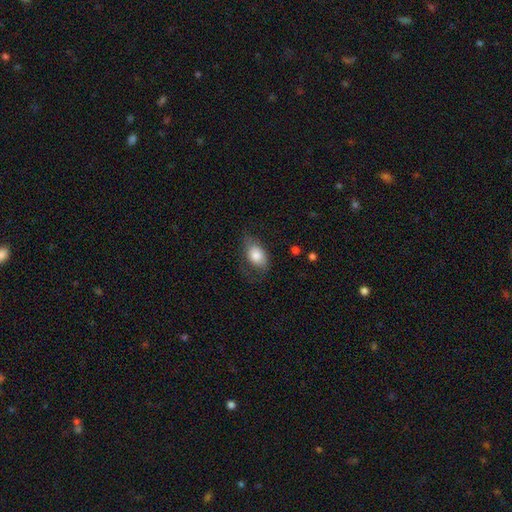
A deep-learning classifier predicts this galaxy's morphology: Smooth or featured: smooth — 77% (featured or disk — 16%)
How rounded: in between — 87% (round — 11%)
Merging: none — 56% (minor disturbance — 27%)